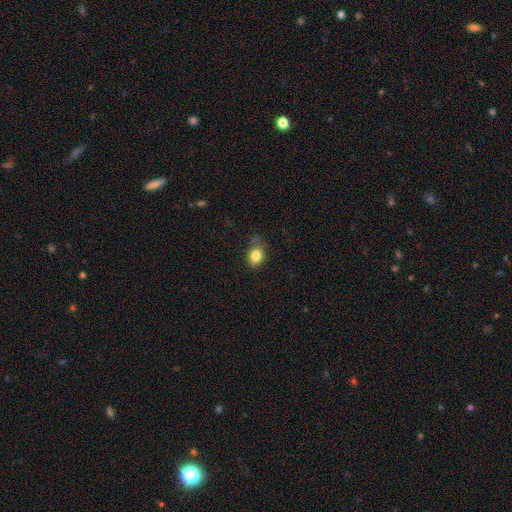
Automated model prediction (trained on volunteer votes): Smooth or featured? smooth (82%)
How rounded? in between (64%)
Merging? none (52%)